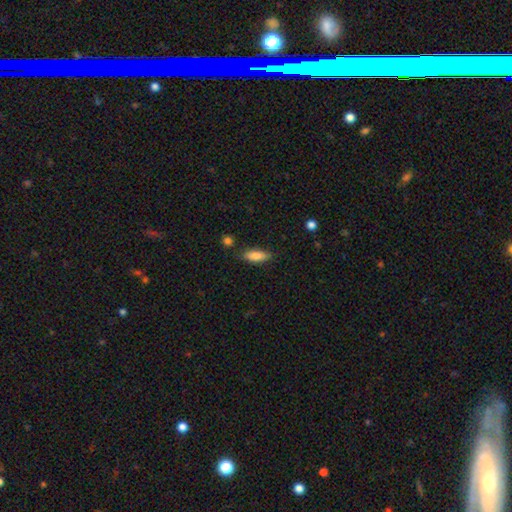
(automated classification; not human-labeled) smooth 84%, featured or disk 10%, star or artifact 7%. Down the decision tree: how rounded — in between (62%); merging — none (78%).